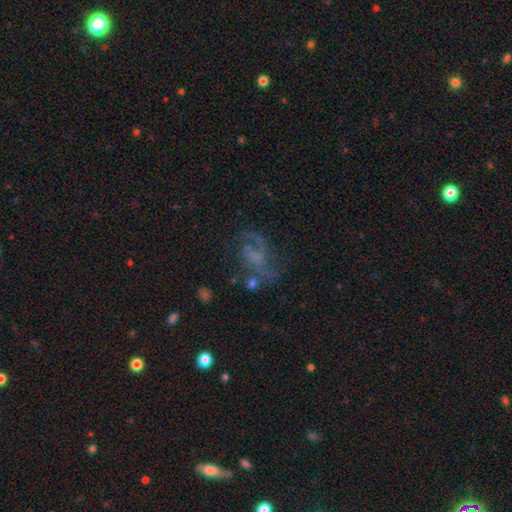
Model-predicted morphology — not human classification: This appears to be a featured or disk galaxy (70%) with no bar (52%), 2 (63%) loose (46%) spiral arms (80%) and no central bulge (57%). Merging: none (47%).